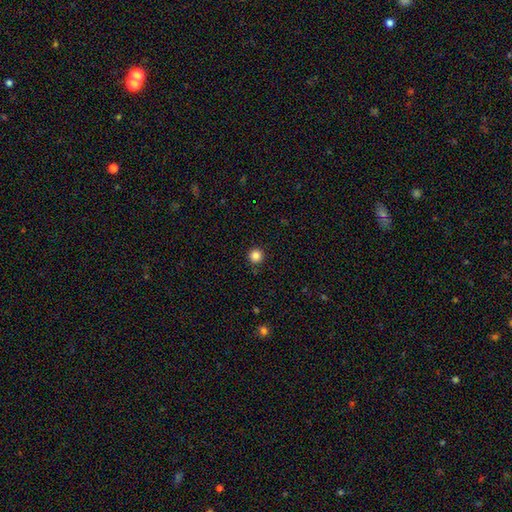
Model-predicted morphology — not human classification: Smooth or featured? smooth (84%)
How rounded? round (96%)
Merging? none (91%)